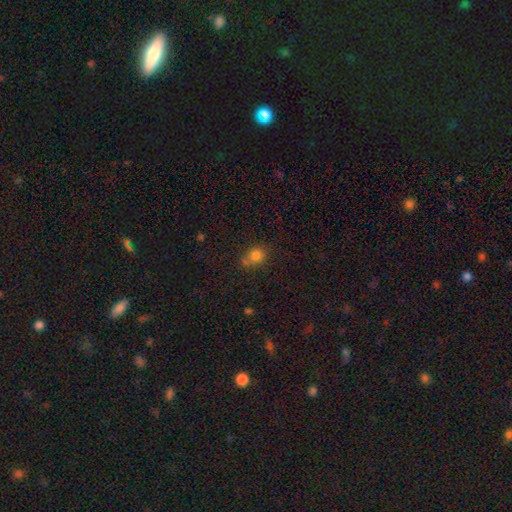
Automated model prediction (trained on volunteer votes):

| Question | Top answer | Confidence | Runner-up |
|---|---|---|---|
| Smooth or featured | smooth | 79% | star or artifact (13%) |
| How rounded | round | 70% | in between (29%) |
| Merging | none | 58% | minor disturbance (19%) |